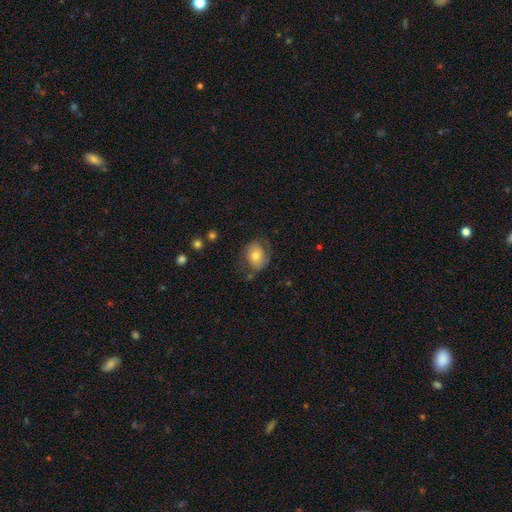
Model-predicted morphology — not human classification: smooth_or_featured: smooth (p=0.48) [alt: featured or disk p=0.44]
merging: none (p=0.57) [alt: minor disturbance p=0.25]